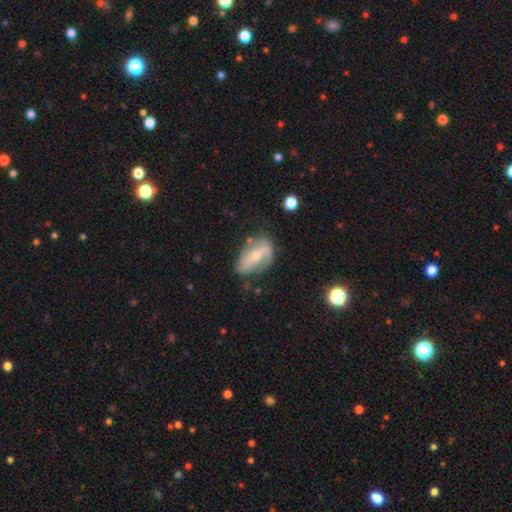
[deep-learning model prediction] The model was most divided on "bulge size": small: 49%, moderate: 46%, large: 2%, none: 2%, dominant: 1%. Remaining: edge-on disk — no (88%); spiral arms — yes (65%); smooth or featured — featured or disk (61%); merging — none (55%); bar — strong (37%).